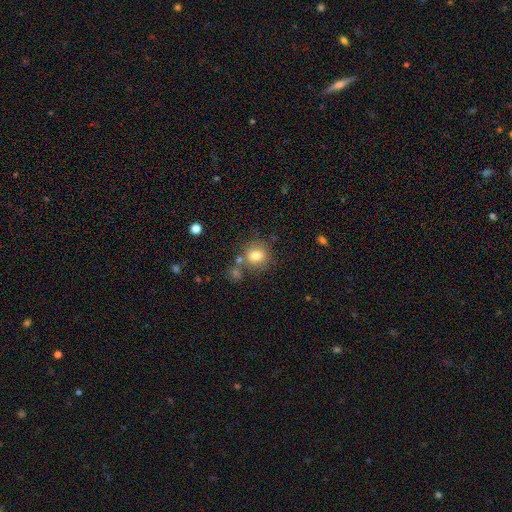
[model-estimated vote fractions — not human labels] Smooth or featured?
  - smooth: 78% *
  - star or artifact: 11%
  - featured or disk: 10%
How rounded?
  - round: 81% *
  - in between: 19%
  - cigar-shaped: 1%
Merging?
  - none: 69% *
  - merger: 14%
  - minor disturbance: 13%
  - major disturbance: 4%